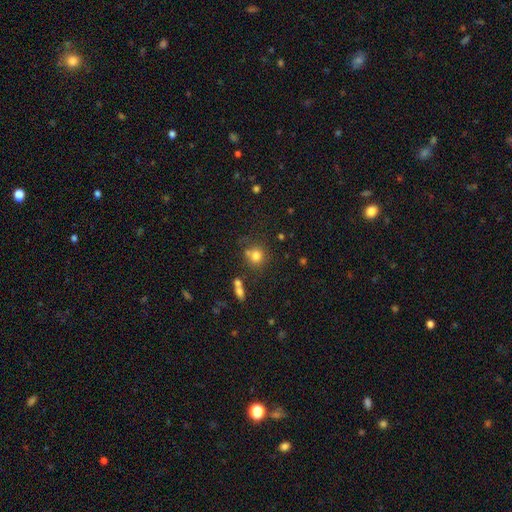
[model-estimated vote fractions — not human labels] Smooth or featured?
  - smooth: 76% *
  - star or artifact: 14%
  - featured or disk: 10%
How rounded?
  - round: 86% *
  - in between: 13%
  - cigar-shaped: 1%
Merging?
  - none: 61% *
  - merger: 20%
  - minor disturbance: 13%
  - major disturbance: 5%